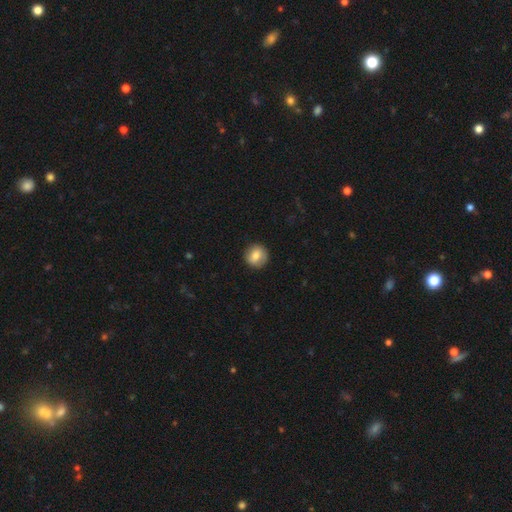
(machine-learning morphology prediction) Smooth or featured?
  - smooth: 77% *
  - featured or disk: 15%
  - star or artifact: 8%
How rounded?
  - round: 90% *
  - in between: 9%
  - cigar-shaped: 1%
Merging?
  - none: 88% *
  - minor disturbance: 9%
  - major disturbance: 2%
  - merger: 1%